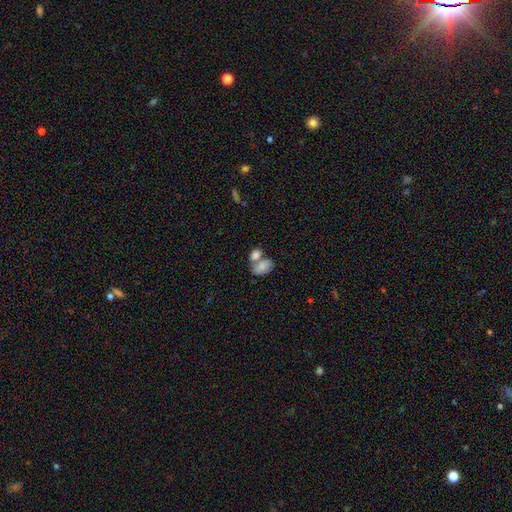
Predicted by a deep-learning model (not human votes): smooth 80%, featured or disk 12%, star or artifact 8%. Down the decision tree: how rounded — in between (84%); merging — merger (61%).